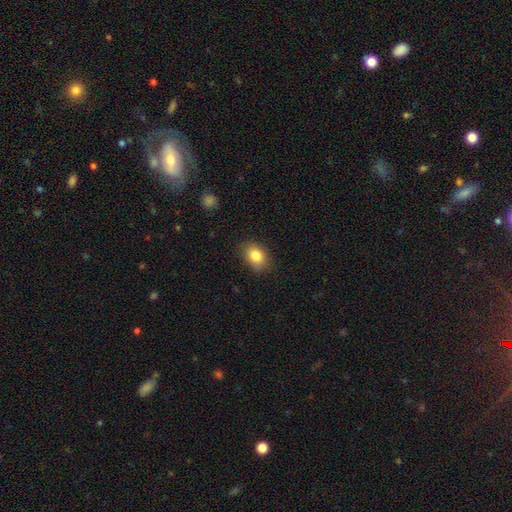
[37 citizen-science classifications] Smooth or featured?
  - smooth: 95% *
  - featured or disk: 5%
  - star or artifact: 0%
How rounded?
  - in between: 66% *
  - round: 34%
  - cigar-shaped: 0%
Merging?
  - none: 81% *
  - minor disturbance: 16%
  - major disturbance: 3%
  - merger: 0%